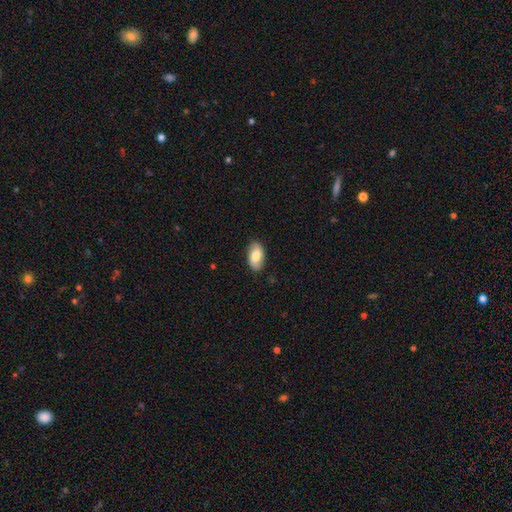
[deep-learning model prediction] smooth 78%, featured or disk 16%, star or artifact 6%. Down the decision tree: how rounded — in between (94%); merging — none (84%).